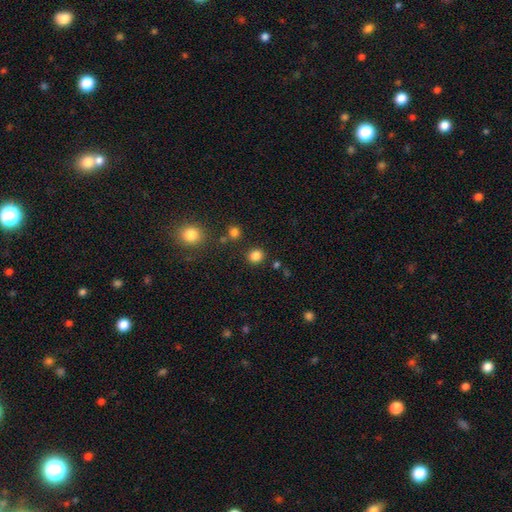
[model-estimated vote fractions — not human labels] A smooth galaxy with no disk features (83%) that is round (86%).

Vote fractions:
- Smooth or featured? smooth: 83% / star or artifact: 13% / featured or disk: 4%
- How rounded? round: 86% / in between: 13% / cigar-shaped: 1%
- Merging? none: 87% / minor disturbance: 7% / merger: 4% / major disturbance: 3%